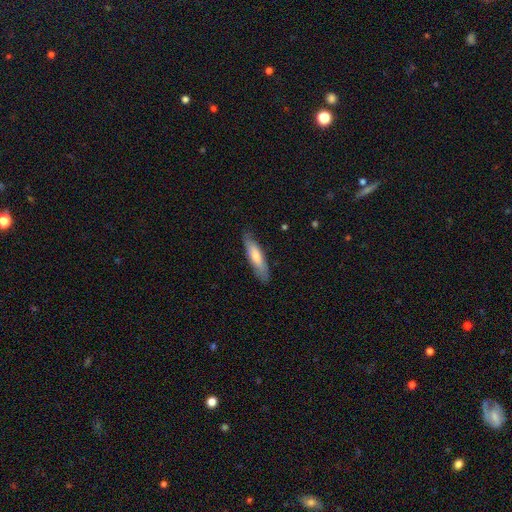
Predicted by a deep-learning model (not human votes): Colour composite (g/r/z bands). It shows a smooth galaxy with no disk features (60%) that is cigar-shaped (73%). Merging: none (83%).